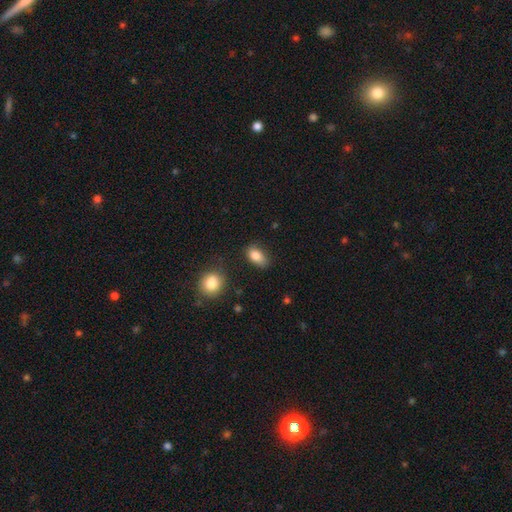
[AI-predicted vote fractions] smooth 85%, star or artifact 8%, featured or disk 7%. Down the decision tree: how rounded — in between (89%); merging — none (70%).